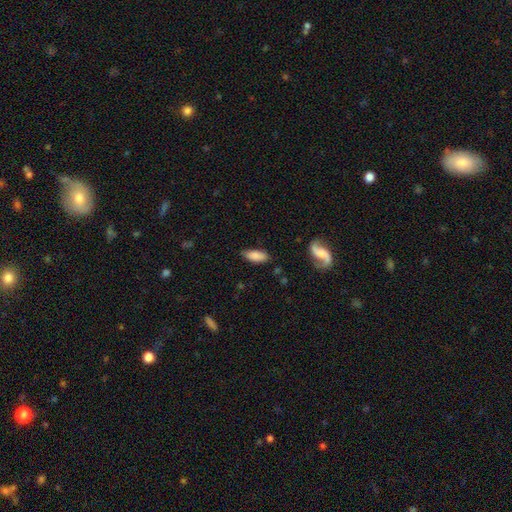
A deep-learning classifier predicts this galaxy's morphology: smooth 81%, featured or disk 13%, star or artifact 7%. Down the decision tree: how rounded — in between (82%); merging — none (78%).